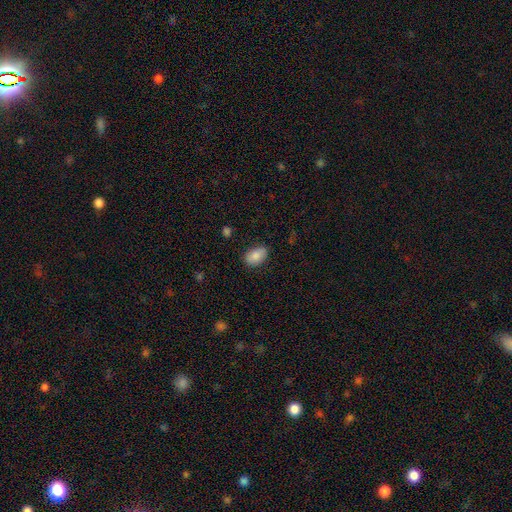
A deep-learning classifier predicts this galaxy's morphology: Smooth or featured?
  - smooth: 86% *
  - star or artifact: 7%
  - featured or disk: 7%
How rounded?
  - in between: 88% *
  - round: 10%
  - cigar-shaped: 1%
Merging?
  - none: 81% *
  - minor disturbance: 14%
  - major disturbance: 3%
  - merger: 1%